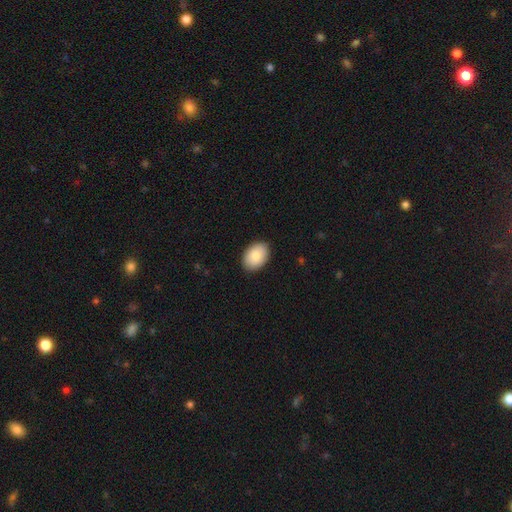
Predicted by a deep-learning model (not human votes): This is clearly a smooth galaxy (85%). How rounded: clearly in between (85%). Merging: clearly none (89%).